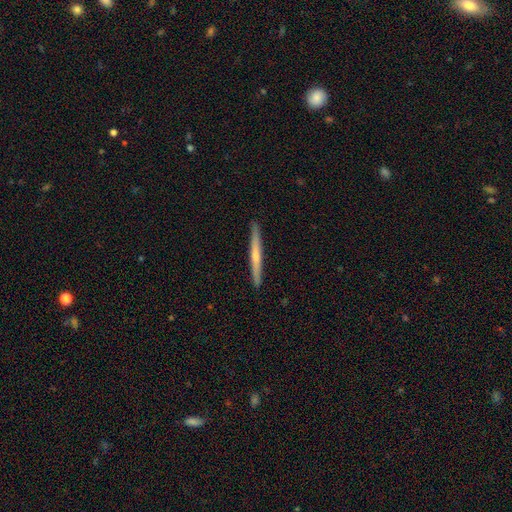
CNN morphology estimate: smooth-or-featured: featured or disk: 53% | smooth: 42% | star or artifact: 5%
  disk-edge-on: yes: 97% | no: 3%
    edge-on-bulge: none: 48% | rounded: 46% | boxy: 6%
  merging: none: 92% | minor disturbance: 6% | major disturbance: 1% | merger: 1%